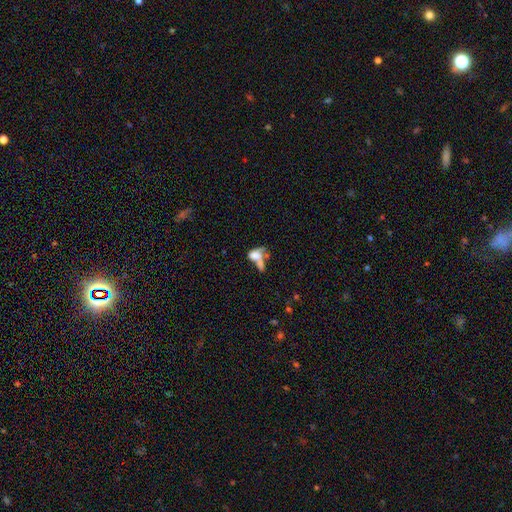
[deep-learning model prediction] Smooth or featured? smooth (62%)
How rounded? in between (80%)
Merging? merger (57%)